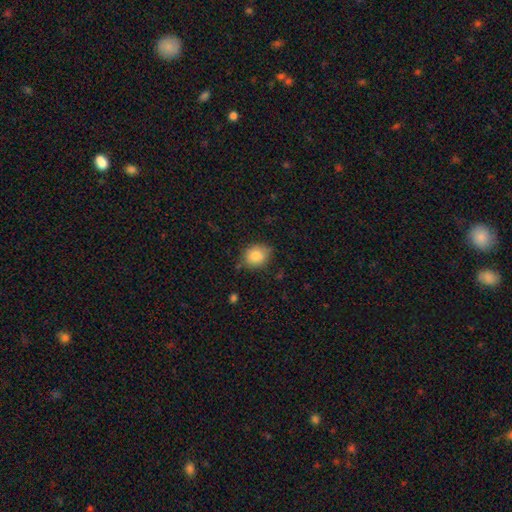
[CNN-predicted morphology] Overall: smooth (84%). How rounded: round (62%; in between 37%). Merging: none (76%).